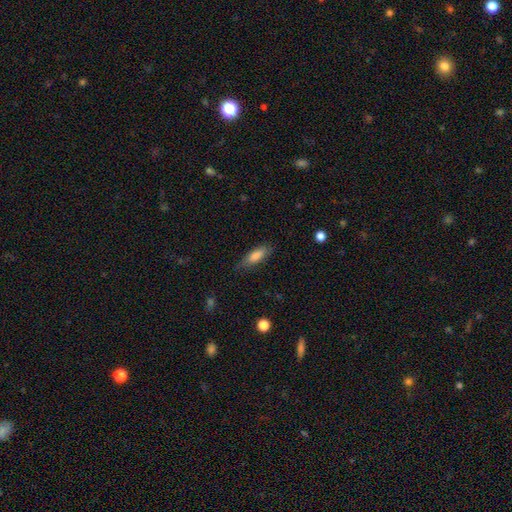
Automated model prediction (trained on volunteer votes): A smooth galaxy with no disk features (76%) that is in between round and cigar-shaped (57%). Merging: none (79%).